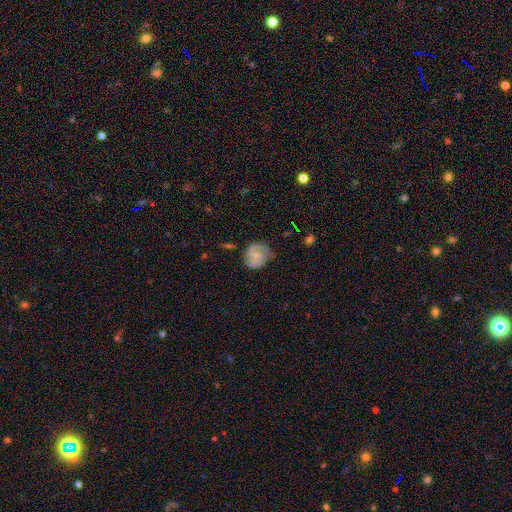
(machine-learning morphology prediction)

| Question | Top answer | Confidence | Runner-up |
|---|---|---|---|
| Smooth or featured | featured or disk | 56% | smooth (36%) |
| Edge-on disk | no | 97% | yes (3%) |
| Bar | no | 46% | weak (43%) |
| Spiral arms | yes | 85% | no (15%) |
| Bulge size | small | 56% | moderate (28%) |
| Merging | none | 61% | minor disturbance (27%) |